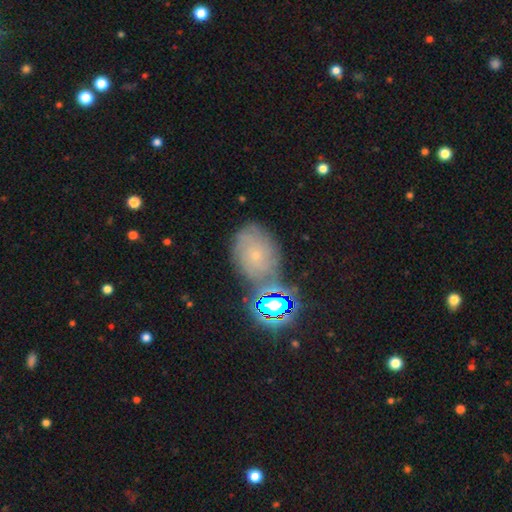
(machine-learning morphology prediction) Smooth or featured? Predicted: featured or disk (p=0.43). Merging? Predicted: none (p=0.68).